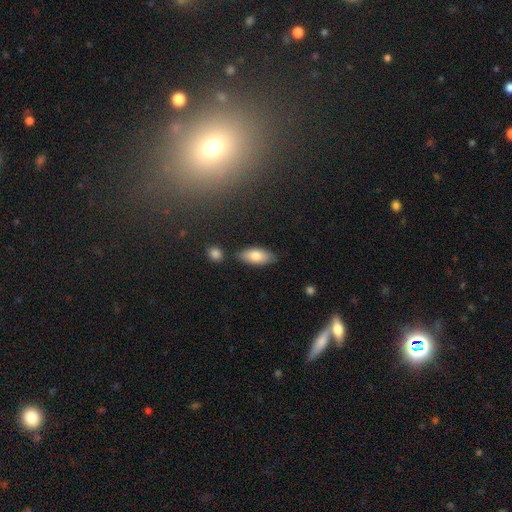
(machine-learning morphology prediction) smooth-or-featured: smooth: 80% | featured or disk: 13% | star or artifact: 6%
  how-rounded: in between: 86% | cigar-shaped: 11% | round: 2%
  merging: none: 80% | minor disturbance: 13% | merger: 4% | major disturbance: 3%